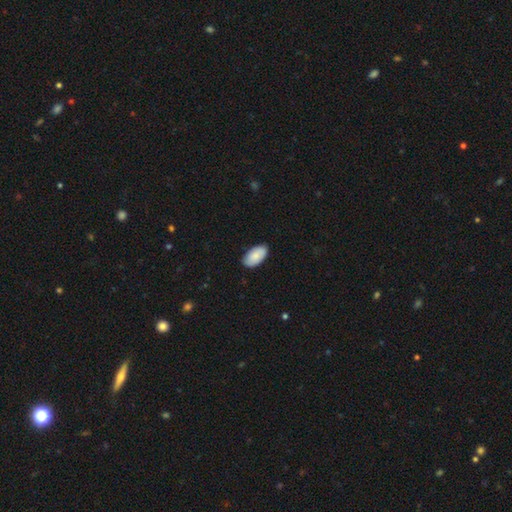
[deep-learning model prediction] Smooth or featured: smooth — 84% (featured or disk — 10%)
How rounded: in between — 96% (round — 3%)
Merging: none — 86% (minor disturbance — 11%)